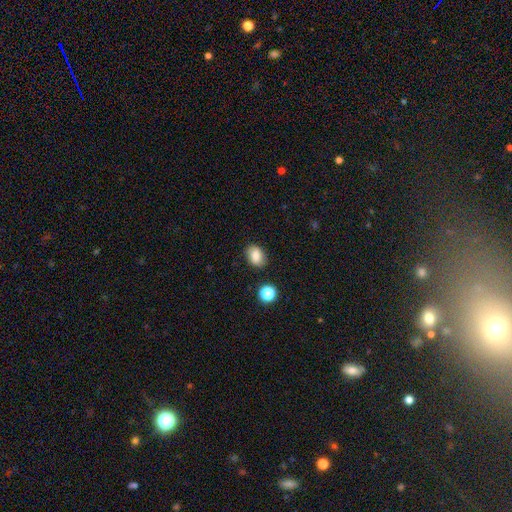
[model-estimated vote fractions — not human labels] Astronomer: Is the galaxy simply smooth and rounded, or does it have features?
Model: smooth — 82%.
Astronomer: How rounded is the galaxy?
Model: in between — 75%.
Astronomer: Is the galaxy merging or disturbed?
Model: none — 84%.